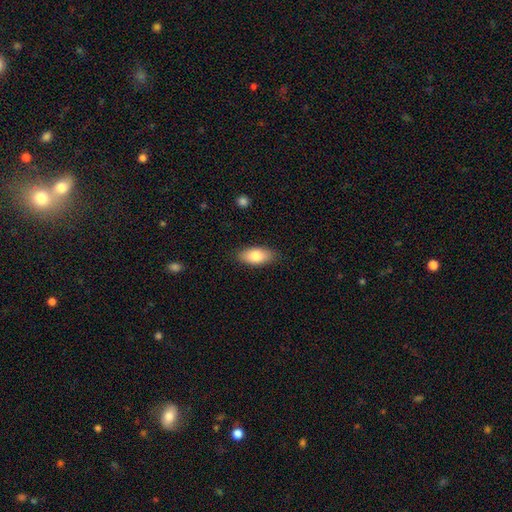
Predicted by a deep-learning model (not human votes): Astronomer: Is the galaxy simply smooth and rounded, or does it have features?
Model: smooth — 80%.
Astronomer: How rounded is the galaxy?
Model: in between — 88%.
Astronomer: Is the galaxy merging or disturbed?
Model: none — 87%.